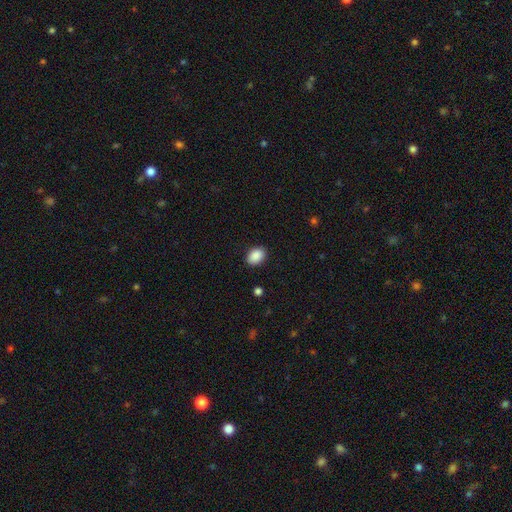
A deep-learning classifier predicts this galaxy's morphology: Smooth or featured: smooth — 89% (star or artifact — 8%)
How rounded: in between — 76% (round — 23%)
Merging: none — 88% (minor disturbance — 9%)